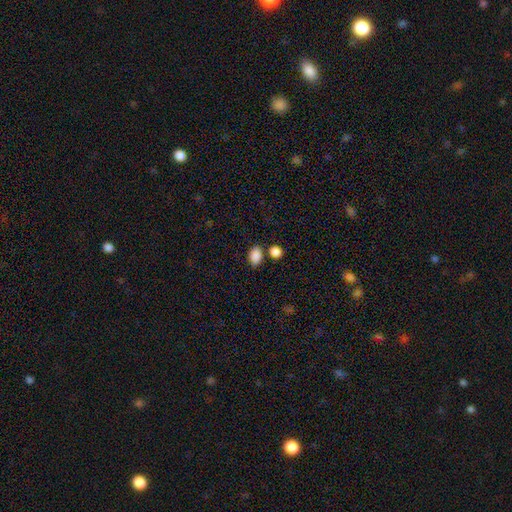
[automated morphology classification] The model was most divided on "merging": none: 71%, minor disturbance: 13%, merger: 12%, major disturbance: 4%. More confident: smooth or featured — smooth (88%); how rounded — in between (81%).